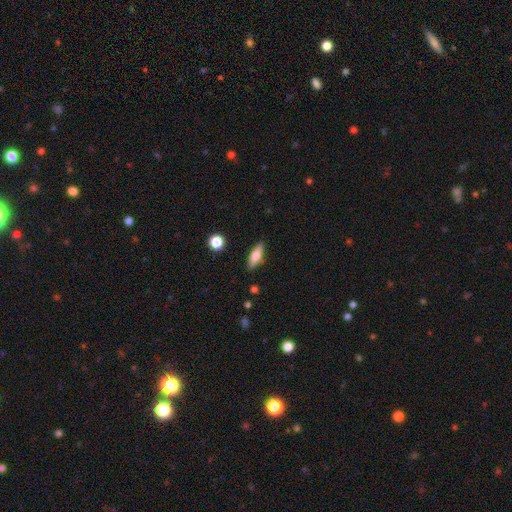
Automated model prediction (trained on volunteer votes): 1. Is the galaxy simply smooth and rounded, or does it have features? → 68% smooth, 25% featured or disk, 7% star or artifact.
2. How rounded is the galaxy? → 59% in between, 38% cigar-shaped, 3% round.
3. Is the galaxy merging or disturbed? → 87% none, 9% minor disturbance, 2% major disturbance, 2% merger.